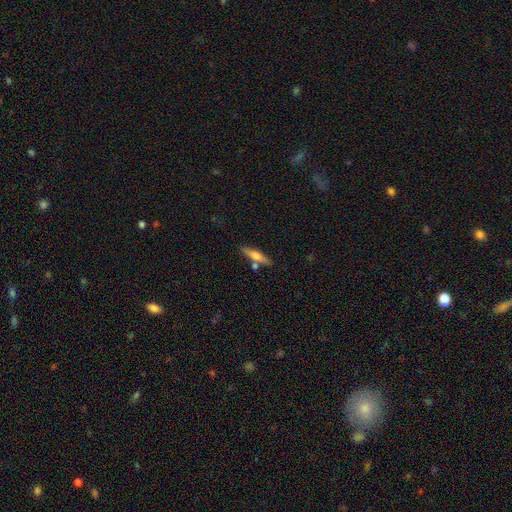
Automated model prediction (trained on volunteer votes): smooth_or_featured: smooth (p=0.52) [alt: featured or disk p=0.41]
how_rounded: cigar-shaped (p=0.82) [alt: in between p=0.16]
merging: none (p=0.75) [alt: minor disturbance p=0.12]